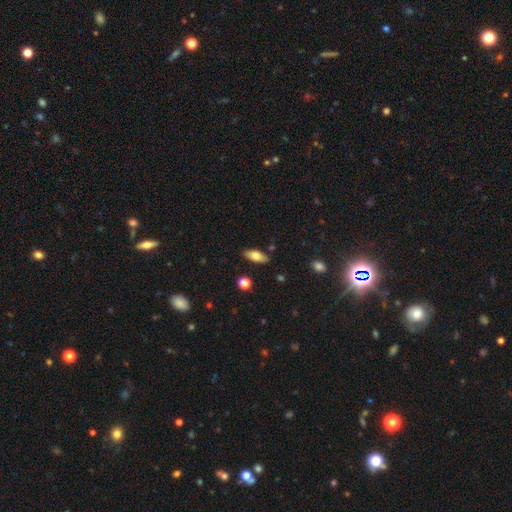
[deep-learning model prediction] Smooth or featured? smooth (72%)
How rounded? in between (81%)
Merging? none (86%)